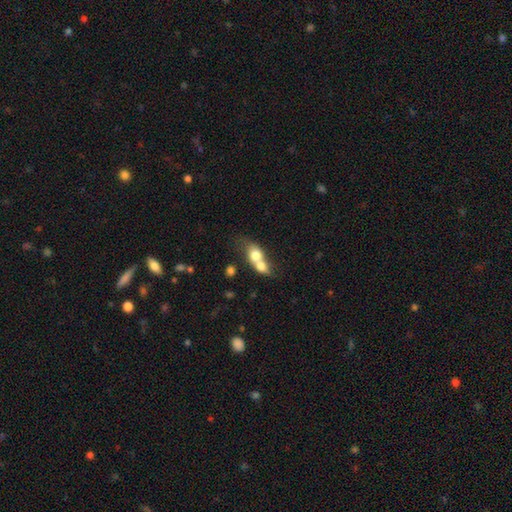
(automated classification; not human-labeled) This appears to be a smooth galaxy with no disk features (69%) that is in between round and cigar-shaped (56%). Merging: merger (76%).